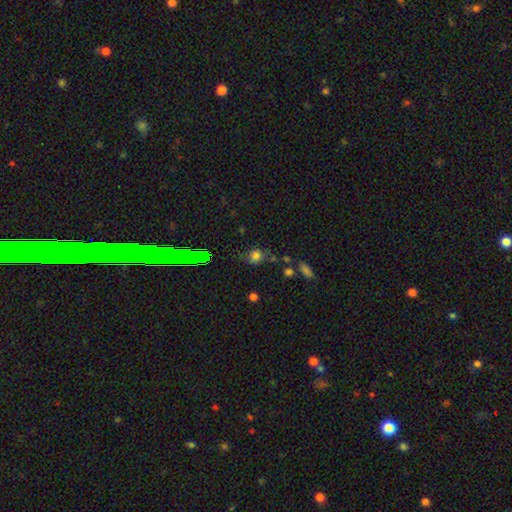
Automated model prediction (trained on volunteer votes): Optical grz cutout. It shows a smooth galaxy with no disk features (71%) that is round (63%). Merging: none (68%).